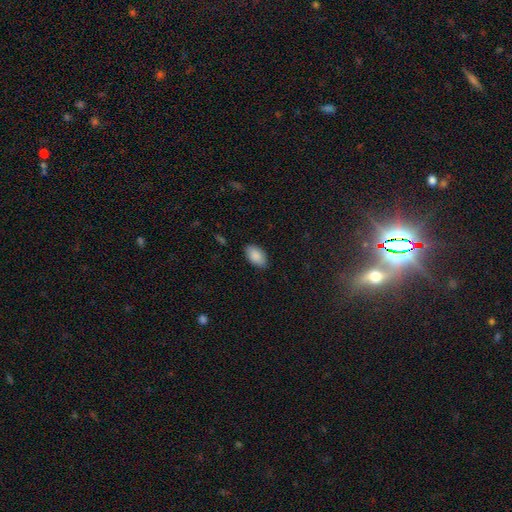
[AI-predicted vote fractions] A smooth galaxy with no disk features (88%) that is in between round and cigar-shaped (94%).

Vote fractions:
- Smooth or featured? smooth: 88% / star or artifact: 7% / featured or disk: 5%
- How rounded? in between: 94% / round: 4% / cigar-shaped: 2%
- Merging? none: 86% / minor disturbance: 11% / major disturbance: 2% / merger: 1%